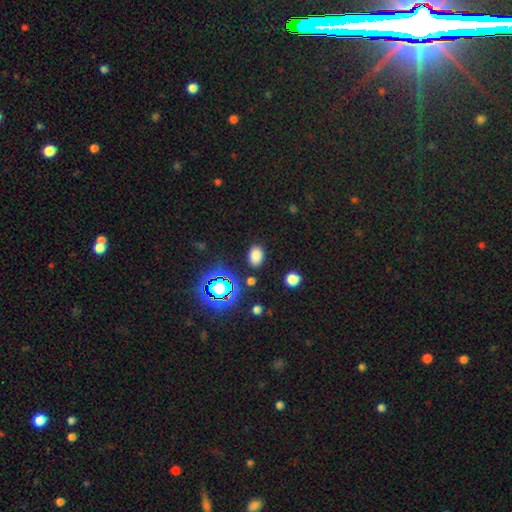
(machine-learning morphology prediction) Smooth or featured? smooth (75%)
How rounded? in between (82%)
Merging? none (85%)